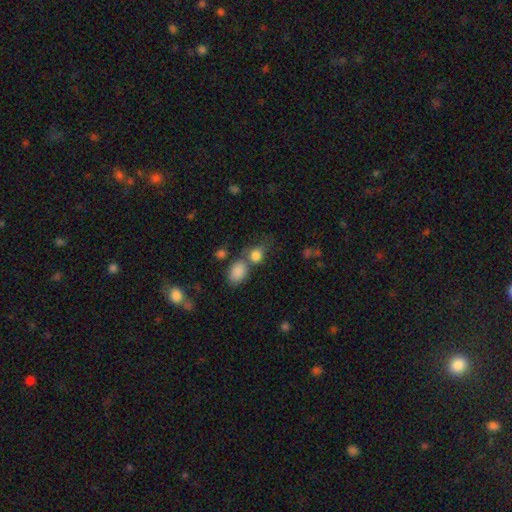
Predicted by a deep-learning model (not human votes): smooth_or_featured: smooth (p=0.82) [alt: star or artifact p=0.10]
how_rounded: in between (p=0.51) [alt: round p=0.46]
merging: none (p=0.40) [alt: merger p=0.39]